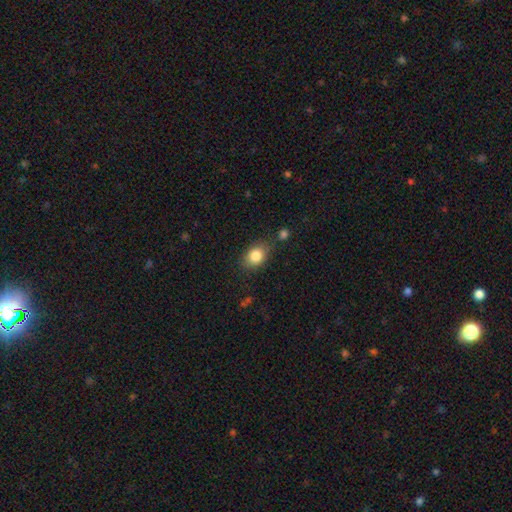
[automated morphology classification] This is clearly a smooth galaxy (84%). How rounded: likely in between (65%). Merging: likely none (74%).